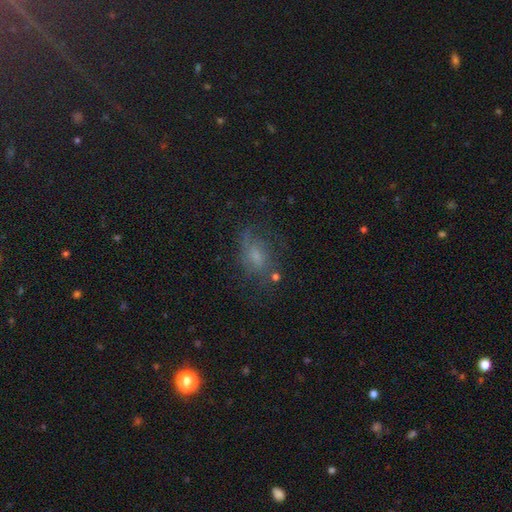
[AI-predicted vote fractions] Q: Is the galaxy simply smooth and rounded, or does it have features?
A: smooth — 41%.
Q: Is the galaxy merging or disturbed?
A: none — 55%.